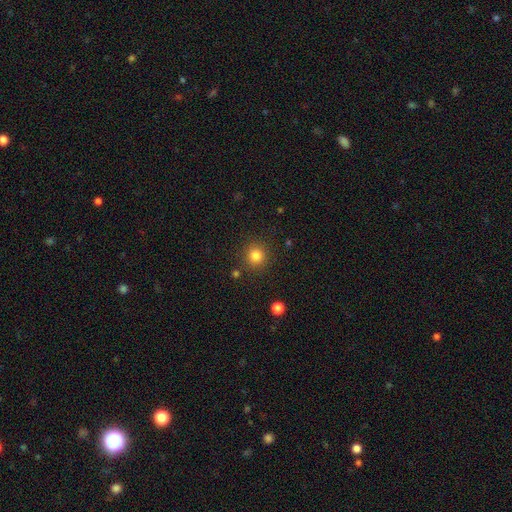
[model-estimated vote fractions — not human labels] smooth-or-featured: smooth: 82% | star or artifact: 13% | featured or disk: 5%
  how-rounded: round: 93% | in between: 6% | cigar-shaped: 1%
  merging: none: 88% | minor disturbance: 7% | major disturbance: 3% | merger: 2%